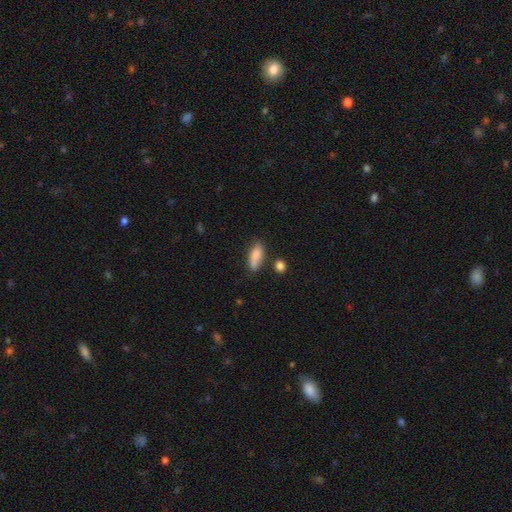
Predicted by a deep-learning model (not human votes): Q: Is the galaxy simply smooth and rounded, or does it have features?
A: smooth — 83%.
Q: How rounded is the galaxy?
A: in between — 67%.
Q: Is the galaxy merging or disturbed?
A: none — 62%.